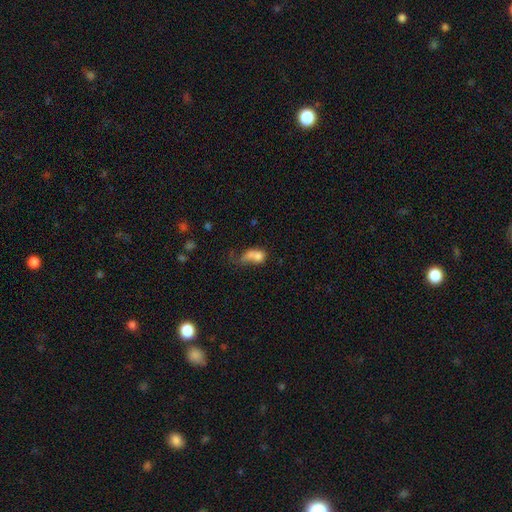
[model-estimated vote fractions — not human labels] Smooth or featured: smooth — 68% (featured or disk — 21%)
How rounded: in between — 58% (round — 36%)
Merging: merger — 52% (major disturbance — 22%)